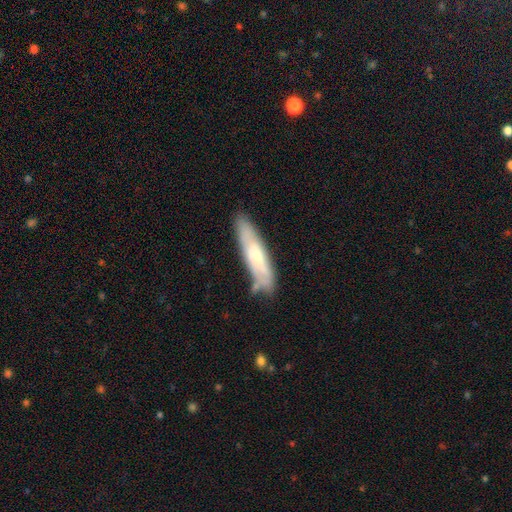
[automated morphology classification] type=smooth (52%); roundness=cigar-shaped (75%); merging=none (70%).